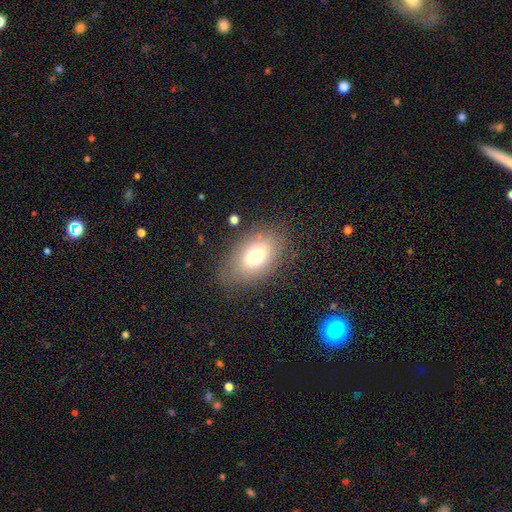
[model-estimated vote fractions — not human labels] smooth 73%, featured or disk 16%, star or artifact 11%. Down the decision tree: how rounded — in between (84%); merging — none (76%).